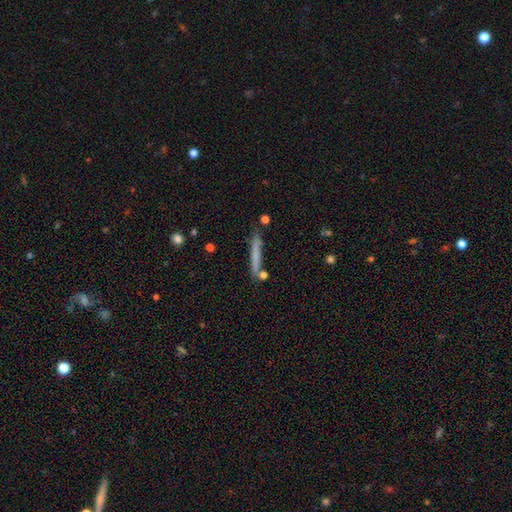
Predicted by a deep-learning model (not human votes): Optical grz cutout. It shows a smooth galaxy with no disk features (66%) that is cigar-shaped (95%). Merging: none (80%).